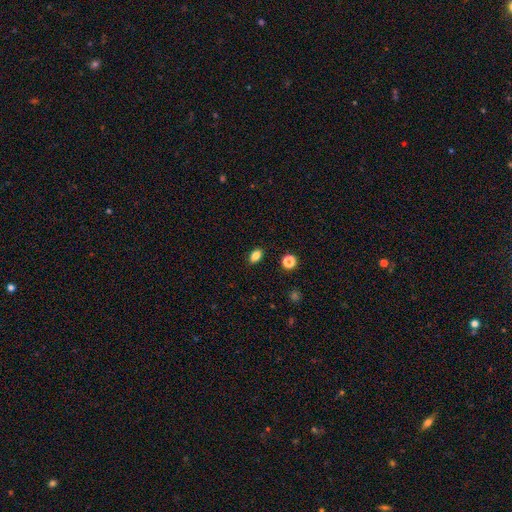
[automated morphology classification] A smooth galaxy with no disk features (84%) that is in between round and cigar-shaped (82%). Merging: none (88%).